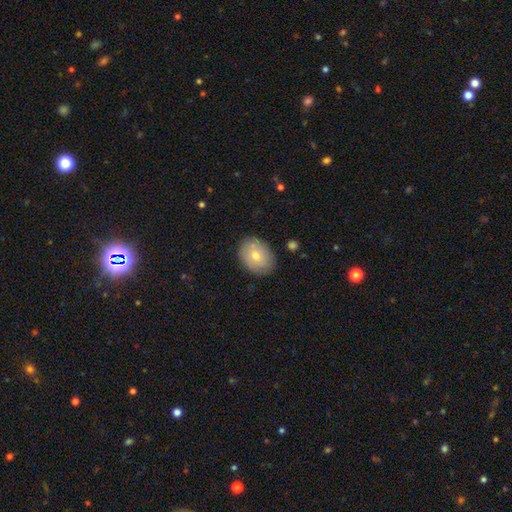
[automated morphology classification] Overall: smooth (63%; featured or disk 29%). How rounded: in between (60%; round 39%). Merging: none (84%).